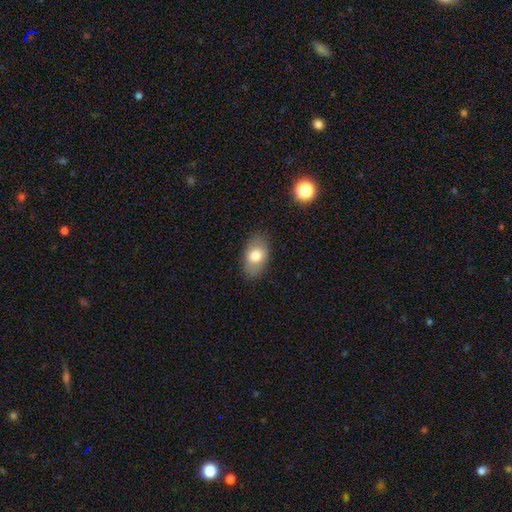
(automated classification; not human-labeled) Morphology: type=smooth (74%); roundness=in between (88%); merging=none (84%).